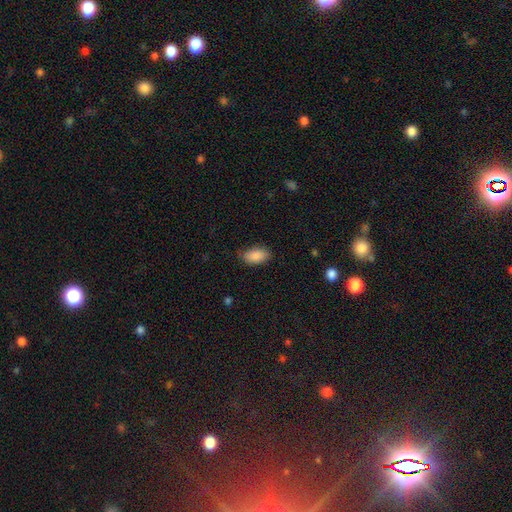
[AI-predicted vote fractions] Smooth or featured: smooth — 88% (star or artifact — 7%)
How rounded: in between — 93% (round — 4%)
Merging: none — 80% (minor disturbance — 16%)